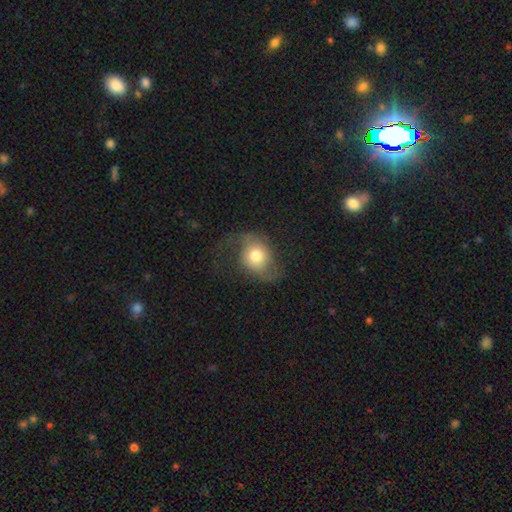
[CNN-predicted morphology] Smooth or featured?
  - smooth: 51% *
  - featured or disk: 40%
  - star or artifact: 9%
How rounded?
  - round: 61% *
  - in between: 38%
  - cigar-shaped: 1%
Merging?
  - none: 44% *
  - major disturbance: 33%
  - minor disturbance: 21%
  - merger: 2%